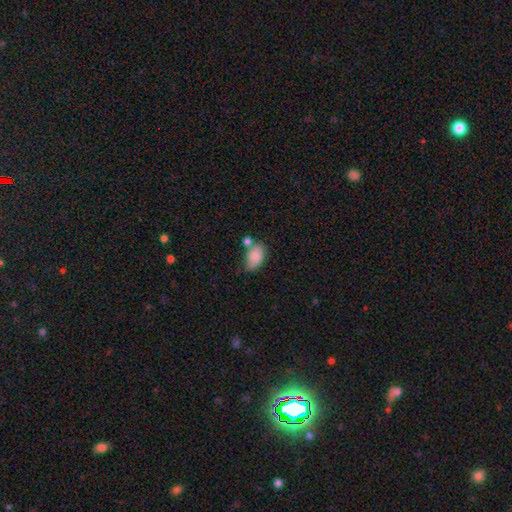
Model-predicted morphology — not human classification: Smooth or featured?
  - smooth: 80% *
  - featured or disk: 12%
  - star or artifact: 8%
How rounded?
  - in between: 89% *
  - round: 9%
  - cigar-shaped: 2%
Merging?
  - none: 43% *
  - minor disturbance: 29%
  - merger: 20%
  - major disturbance: 9%